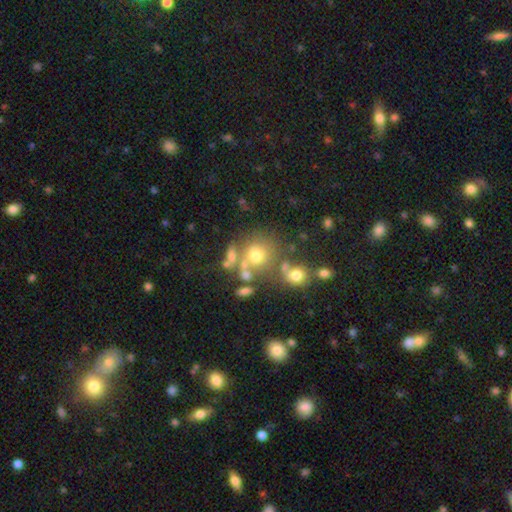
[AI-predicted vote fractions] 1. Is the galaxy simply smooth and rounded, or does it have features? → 62% smooth, 20% star or artifact, 19% featured or disk.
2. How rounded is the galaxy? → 81% round, 17% in between, 1% cigar-shaped.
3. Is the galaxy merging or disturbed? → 53% none, 26% merger, 13% minor disturbance, 8% major disturbance.